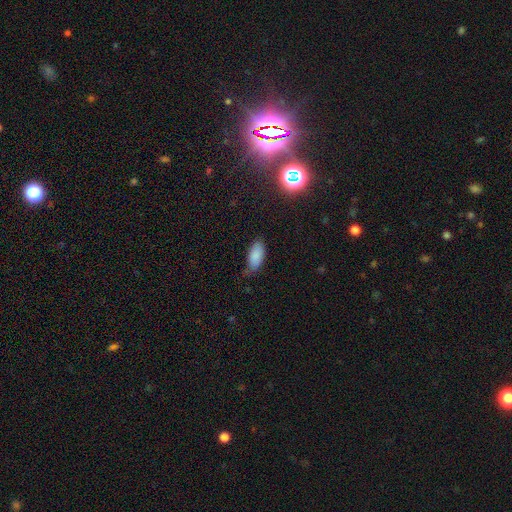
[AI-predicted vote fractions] Q: Smooth or featured?
A: smooth (85%); runner-up: star or artifact (9%)
Q: How rounded?
A: in between (91%); runner-up: cigar-shaped (7%)
Q: Merging?
A: none (62%); runner-up: minor disturbance (30%)